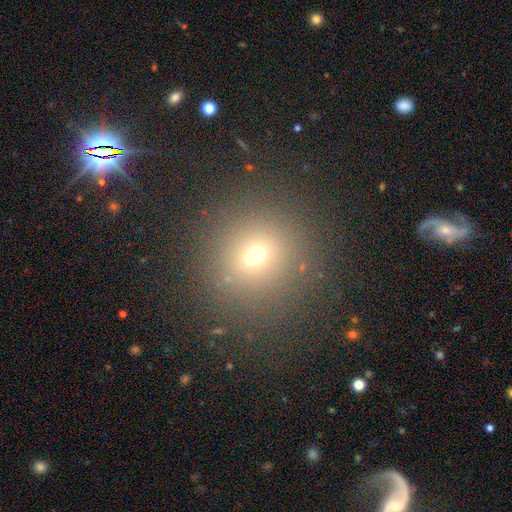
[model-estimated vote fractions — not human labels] A smooth galaxy with no disk features (62%) that is round (91%).

Vote fractions:
- Smooth or featured? smooth: 62% / star or artifact: 28% / featured or disk: 10%
- How rounded? round: 91% / in between: 7% / cigar-shaped: 1%
- Merging? none: 88% / minor disturbance: 7% / major disturbance: 3% / merger: 2%